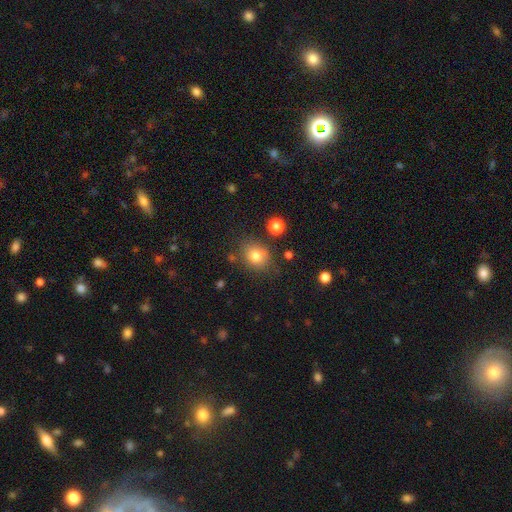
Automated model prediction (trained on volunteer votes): Overall: smooth (79%). How rounded: round (68%; in between 31%). Merging: none (77%).